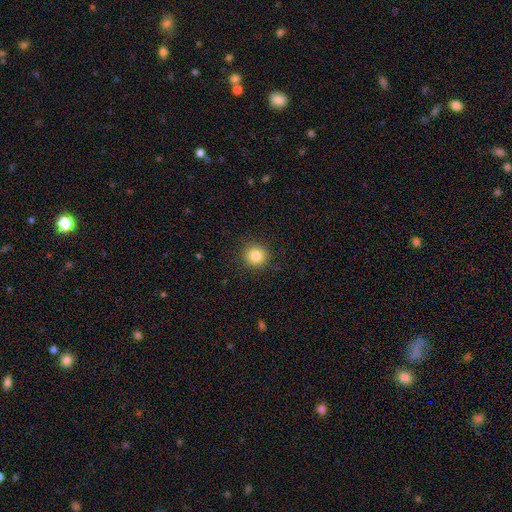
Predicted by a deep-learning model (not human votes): Smooth or featured? smooth (84%)
How rounded? round (93%)
Merging? none (91%)